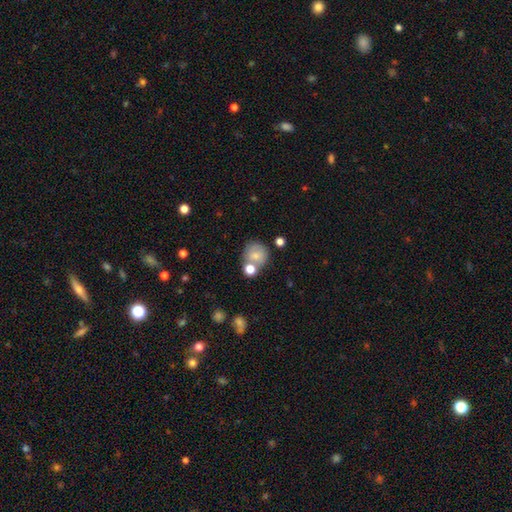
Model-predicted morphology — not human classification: smooth 74%, featured or disk 16%, star or artifact 10%. Down the decision tree: how rounded — round (83%); merging — none (58%).